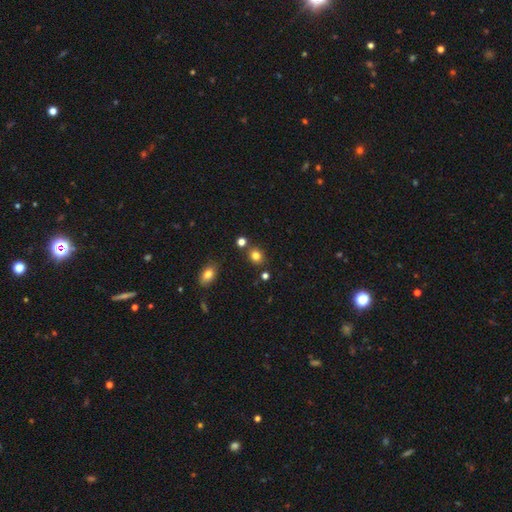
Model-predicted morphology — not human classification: Smooth or featured?
  - smooth: 80% *
  - star or artifact: 13%
  - featured or disk: 6%
How rounded?
  - round: 70% *
  - in between: 29%
  - cigar-shaped: 1%
Merging?
  - none: 81% *
  - minor disturbance: 9%
  - merger: 7%
  - major disturbance: 3%